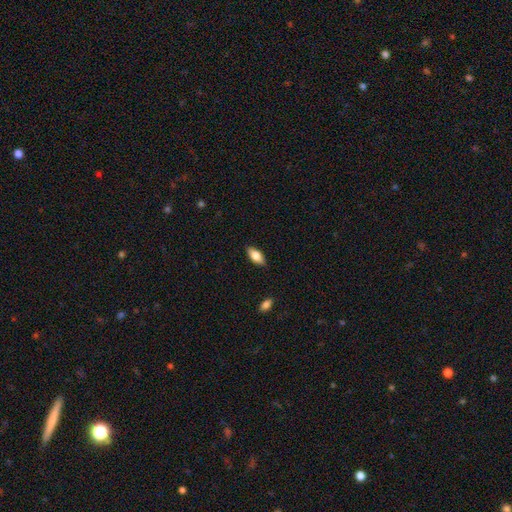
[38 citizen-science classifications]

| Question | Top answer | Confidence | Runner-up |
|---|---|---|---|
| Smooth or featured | smooth | 79% | featured or disk (18%) |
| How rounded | in between | 97% | cigar-shaped (3%) |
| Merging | none | 89% | minor disturbance (5%) |